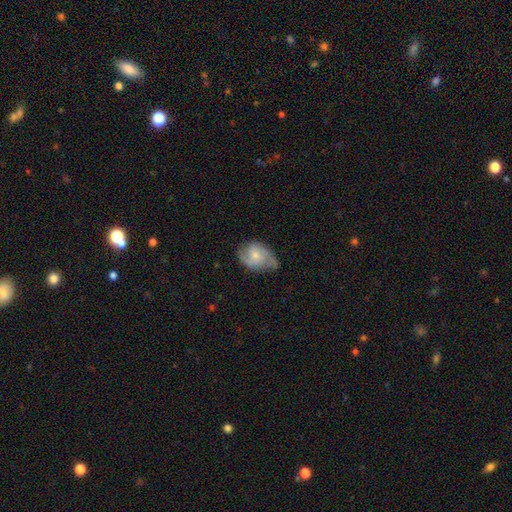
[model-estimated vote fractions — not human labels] smooth_or_featured: featured or disk (p=0.65) [alt: smooth p=0.29]
disk_edge_on: no (p=0.97) [alt: yes p=0.03]
bar: no (p=0.59) [alt: weak p=0.35]
has_spiral_arms: yes (p=0.90) [alt: no p=0.10]
spiral_winding: medium (p=0.48) [alt: loose p=0.26]
spiral_arm_count: 2 (p=0.73) [alt: can't tell p=0.12]
bulge_size: small (p=0.50) [alt: moderate p=0.40]
merging: none (p=0.60) [alt: minor disturbance p=0.28]